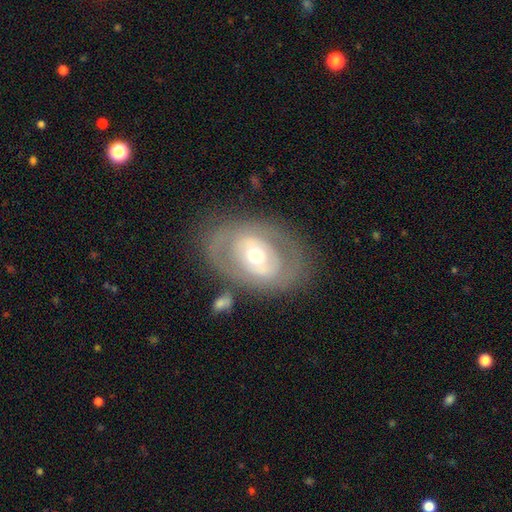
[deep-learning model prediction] Smooth or featured? Predicted: featured or disk (p=0.65). Edge-on disk? Predicted: no (p=0.93). Bar? Predicted: no (p=0.58). Spiral arms? Predicted: no (p=0.70). Bulge size? Predicted: moderate (p=0.70). Merging? Predicted: none (p=0.73).